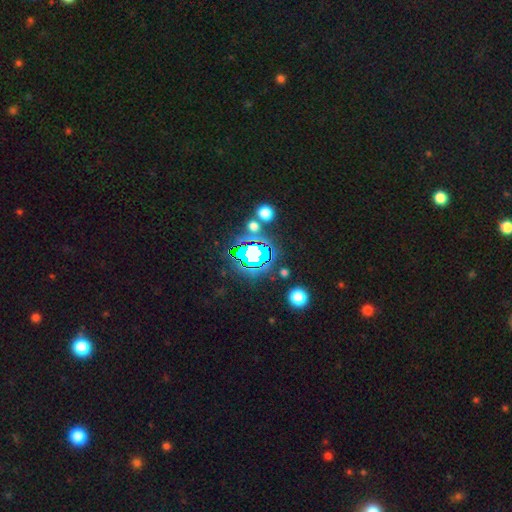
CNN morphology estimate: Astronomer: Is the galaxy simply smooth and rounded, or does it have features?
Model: star or artifact — 77%.